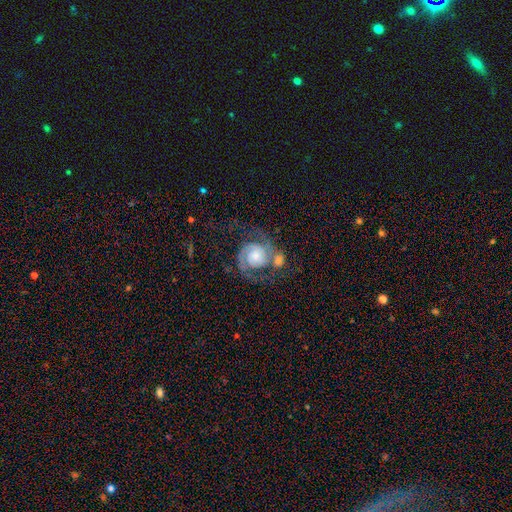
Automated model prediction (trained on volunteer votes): The model was most divided on "spiral winding": medium: 45%, tight: 40%, loose: 15%. Remaining: edge-on disk — no (98%); spiral arms — yes (97%); spiral arm count — 2 (88%); smooth or featured — featured or disk (85%); bar — no (71%); merging — none (49%); bulge size — moderate (38%).